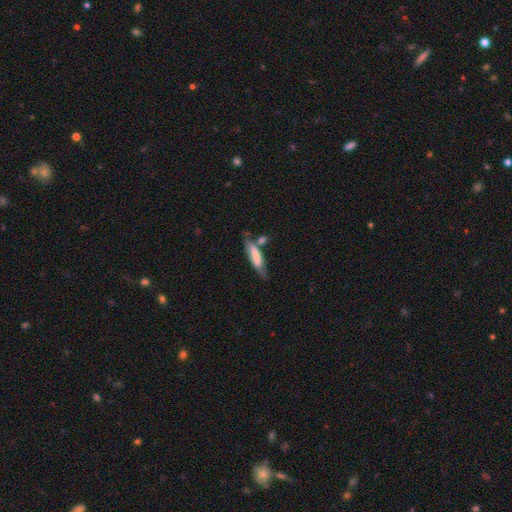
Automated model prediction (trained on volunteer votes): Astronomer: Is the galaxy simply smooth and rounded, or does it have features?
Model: smooth — 67%.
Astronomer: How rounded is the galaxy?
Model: cigar-shaped — 73%.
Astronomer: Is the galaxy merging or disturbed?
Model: none — 52%.